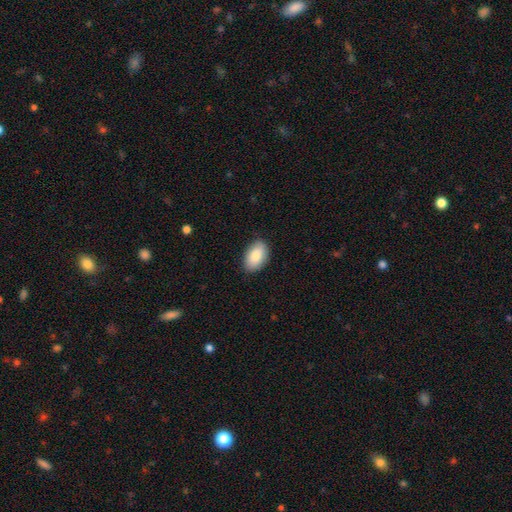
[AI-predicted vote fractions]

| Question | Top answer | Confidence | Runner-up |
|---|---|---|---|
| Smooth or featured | smooth | 86% | featured or disk (8%) |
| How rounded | in between | 93% | round (5%) |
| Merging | none | 86% | minor disturbance (11%) |